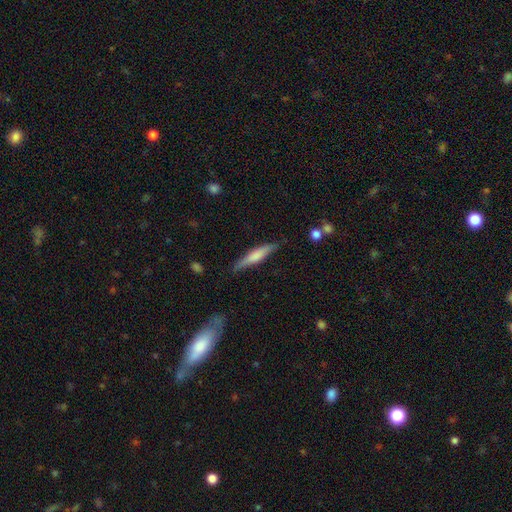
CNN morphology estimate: Smooth or featured? Predicted: smooth (p=0.56). How rounded? Predicted: cigar-shaped (p=0.86). Merging? Predicted: none (p=0.79).